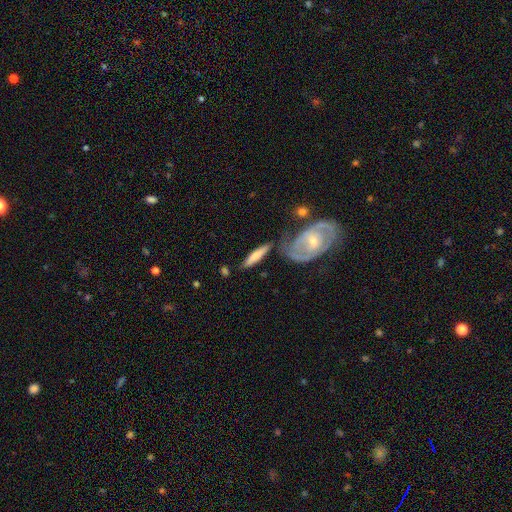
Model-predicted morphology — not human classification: The model was most divided on "smooth or featured": smooth: 58%, featured or disk: 36%, star or artifact: 6%. More confident: how rounded — cigar-shaped (74%); merging — none (61%).